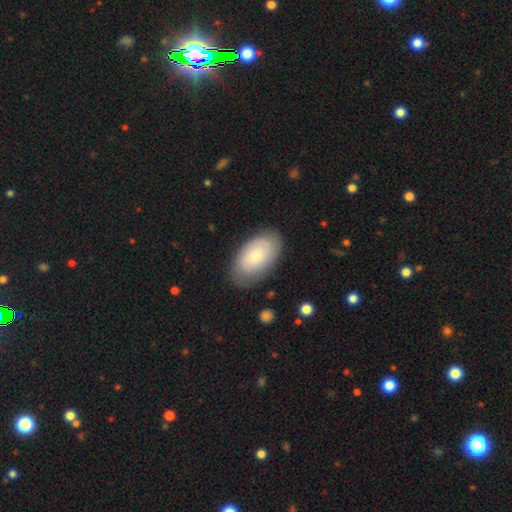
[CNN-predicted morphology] Smooth or featured? smooth (64%)
How rounded? in between (94%)
Merging? none (79%)